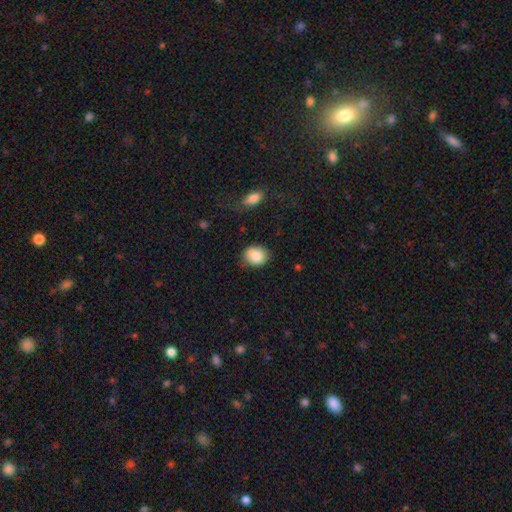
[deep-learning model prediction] This appears to be a smooth galaxy with no disk features (86%) that is round (57%). Merging: none (77%).